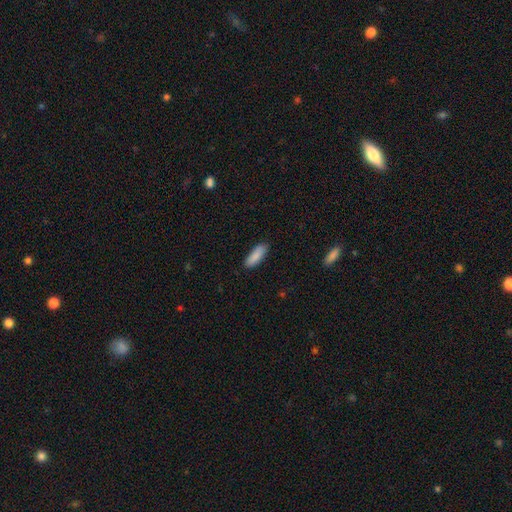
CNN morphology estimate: A smooth galaxy with no disk features (88%) that is in between round and cigar-shaped (59%).

Vote fractions:
- Smooth or featured? smooth: 88% / star or artifact: 6% / featured or disk: 5%
- How rounded? in between: 59% / cigar-shaped: 40% / round: 2%
- Merging? none: 87% / minor disturbance: 10% / major disturbance: 2% / merger: 1%